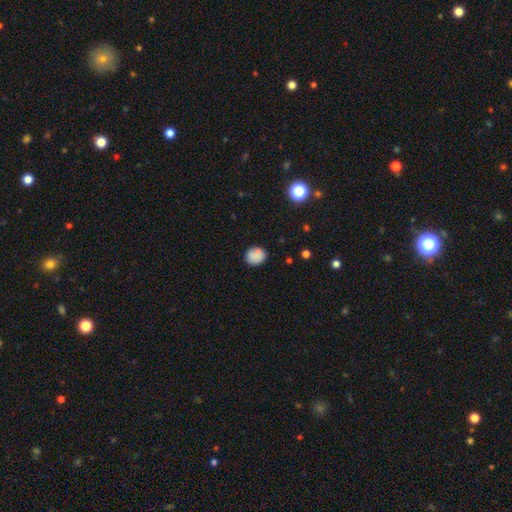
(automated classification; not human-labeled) A smooth galaxy with no disk features (81%) that is round (76%). Merging: none (77%).